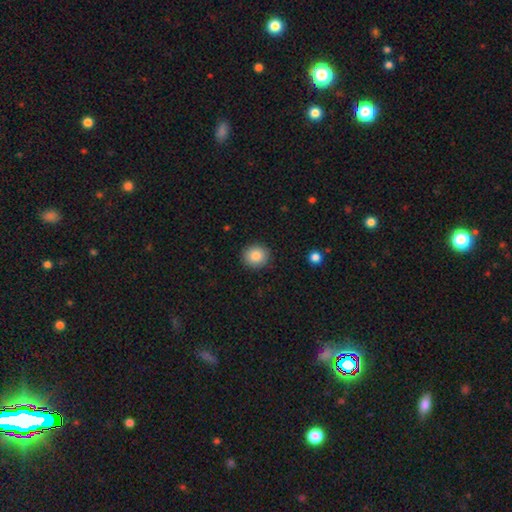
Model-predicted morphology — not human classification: A smooth galaxy with no disk features (85%) that is round (89%). Merging: none (91%).